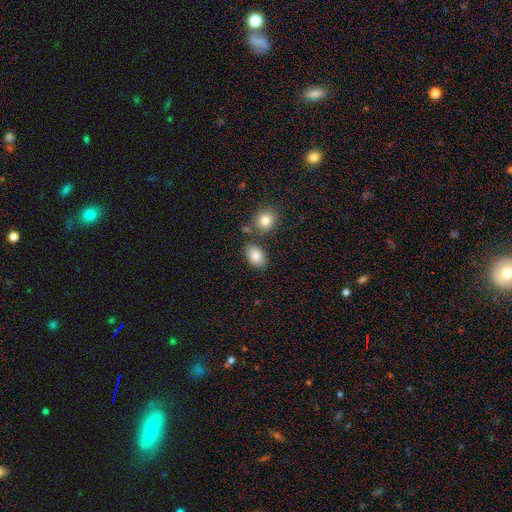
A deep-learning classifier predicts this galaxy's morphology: A smooth galaxy with no disk features (84%) that is in between round and cigar-shaped (82%). Merging: none (73%).